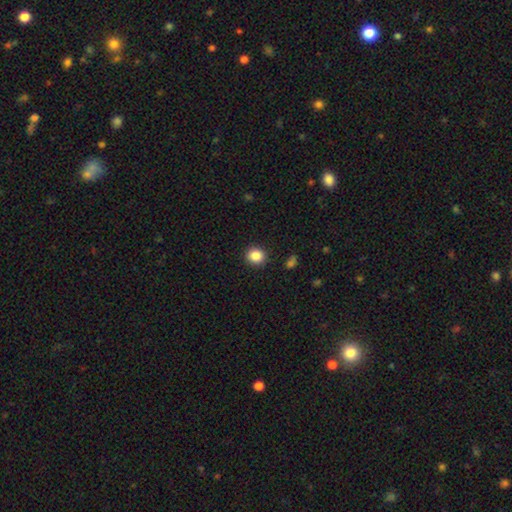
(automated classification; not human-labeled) Smooth or featured? Predicted: smooth (p=0.86). How rounded? Predicted: round (p=0.88). Merging? Predicted: none (p=0.91).